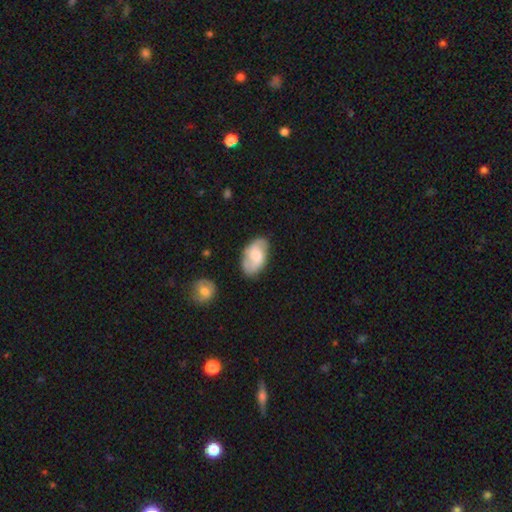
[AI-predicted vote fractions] smooth_or_featured: featured or disk (p=0.50) [alt: smooth p=0.43]
disk_edge_on: no (p=0.95) [alt: yes p=0.05]
merging: none (p=0.72) [alt: minor disturbance p=0.20]